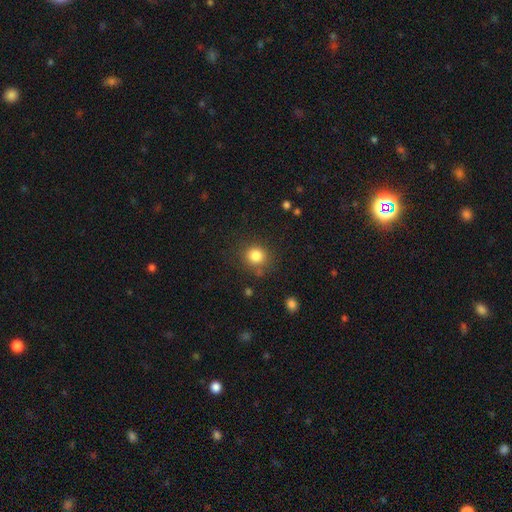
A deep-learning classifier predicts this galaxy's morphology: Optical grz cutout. It shows a smooth galaxy with no disk features (83%) that is round (87%). Merging: none (82%).